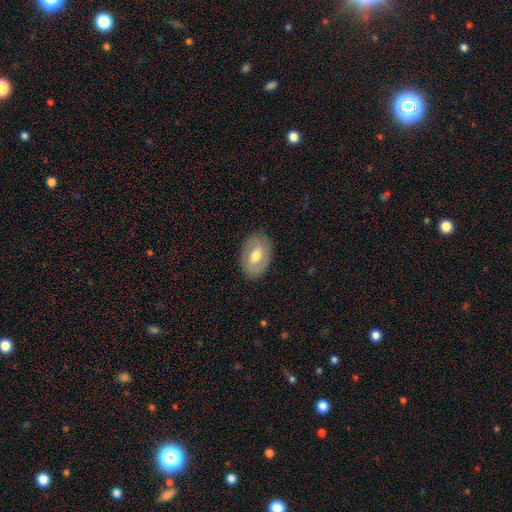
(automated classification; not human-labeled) A smooth galaxy with no disk features (49%).

Vote fractions:
- Smooth or featured? smooth: 49% / featured or disk: 45% / star or artifact: 7%
- Merging? none: 84% / minor disturbance: 11% / major disturbance: 3% / merger: 1%